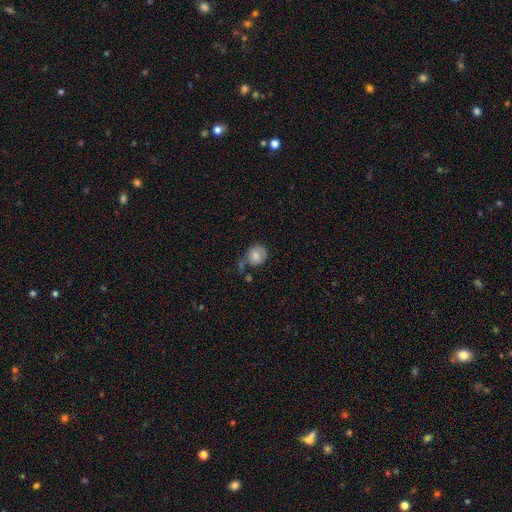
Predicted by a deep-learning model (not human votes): Smooth or featured: smooth — 74% (featured or disk — 18%)
How rounded: round — 81% (in between — 18%)
Merging: none — 57% (minor disturbance — 23%)